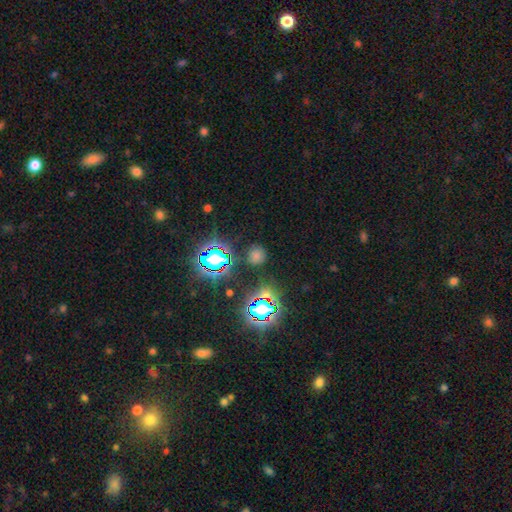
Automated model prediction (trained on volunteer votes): Morphology: type=smooth (54%); roundness=round (86%); merging=none (82%).